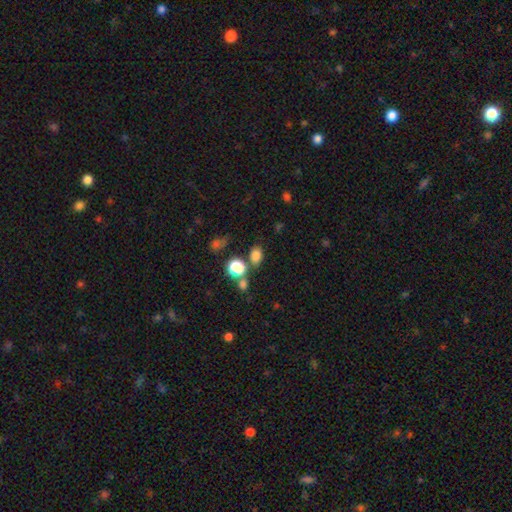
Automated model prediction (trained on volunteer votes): smooth-or-featured: smooth: 79% | star or artifact: 16% | featured or disk: 6%
  how-rounded: in between: 68% | round: 30% | cigar-shaped: 1%
  merging: none: 72% | minor disturbance: 12% | merger: 12% | major disturbance: 4%